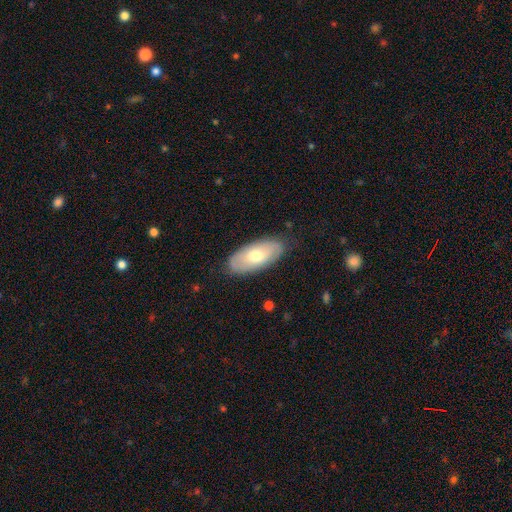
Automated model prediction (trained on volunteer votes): Smooth or featured: smooth — 60% (featured or disk — 34%)
How rounded: in between — 90% (cigar-shaped — 7%)
Merging: none — 84% (minor disturbance — 13%)